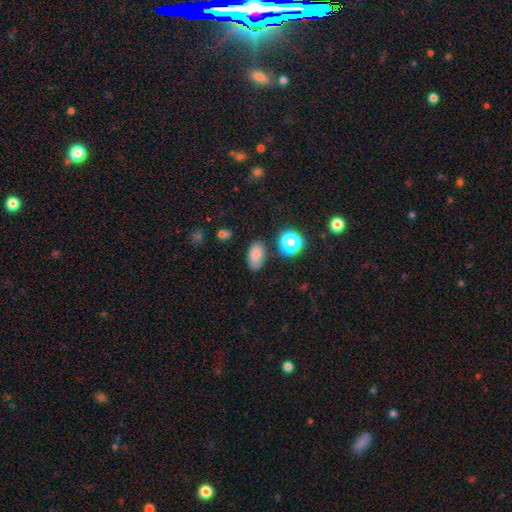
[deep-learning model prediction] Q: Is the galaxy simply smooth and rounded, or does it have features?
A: smooth — 79%.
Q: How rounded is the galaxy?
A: in between — 88%.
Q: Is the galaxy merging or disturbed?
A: none — 81%.